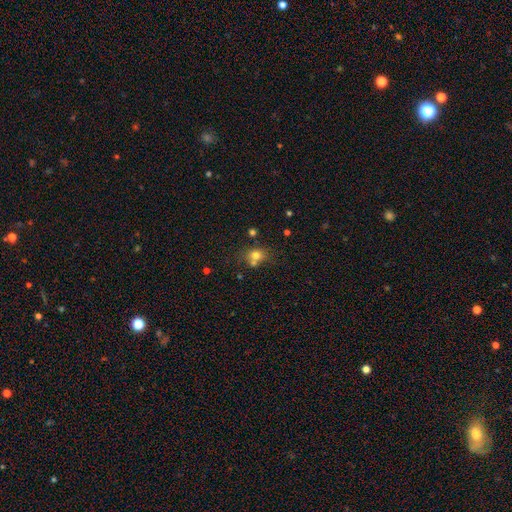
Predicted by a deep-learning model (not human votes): This is likely a smooth galaxy (71%). How rounded: likely round (64%). Merging: possibly none (54%).